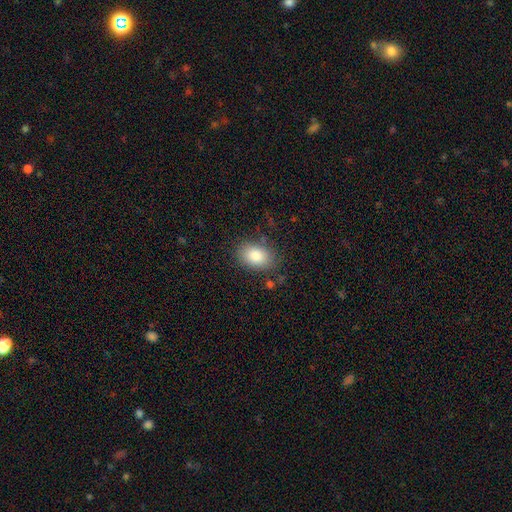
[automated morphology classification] This appears to be a smooth galaxy with no disk features (84%) that is in between round and cigar-shaped (80%). Merging: none (80%).